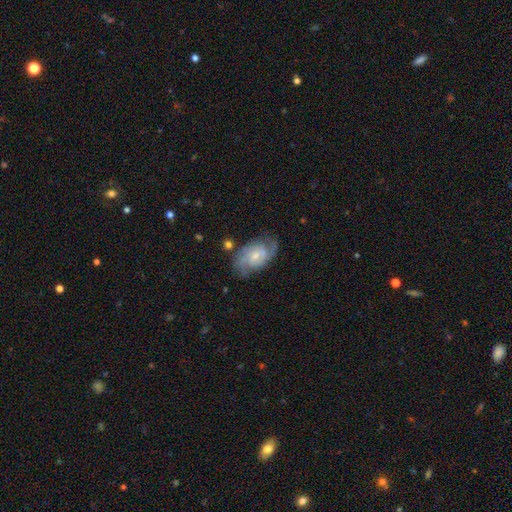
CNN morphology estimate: A featured or disk galaxy (78%) with no bar (58%), 2 (69%) medium (46%) spiral arms (94%) and a small central bulge (56%). Merging: none (68%).